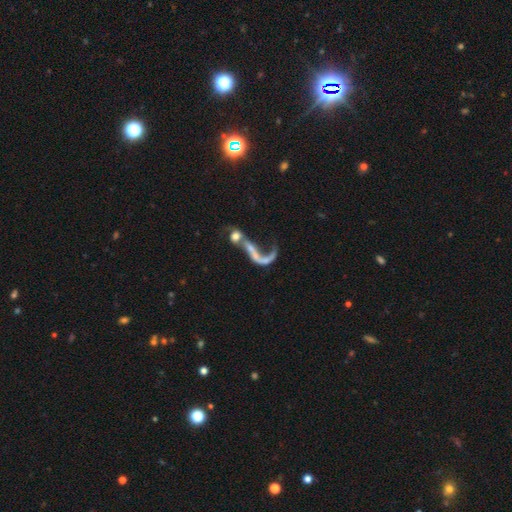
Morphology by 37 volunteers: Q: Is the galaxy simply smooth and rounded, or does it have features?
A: featured or disk — 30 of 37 (81%).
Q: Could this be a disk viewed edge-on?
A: no — 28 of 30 (93%).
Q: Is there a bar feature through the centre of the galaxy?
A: no — 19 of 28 (68%).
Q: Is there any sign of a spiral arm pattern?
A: yes — 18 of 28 (64%).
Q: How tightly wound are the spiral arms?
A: loose — 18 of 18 (100%).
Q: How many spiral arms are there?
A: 1 — 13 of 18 (72%).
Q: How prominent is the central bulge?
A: small — 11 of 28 (39%).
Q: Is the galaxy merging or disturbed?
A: none — 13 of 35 (37%).